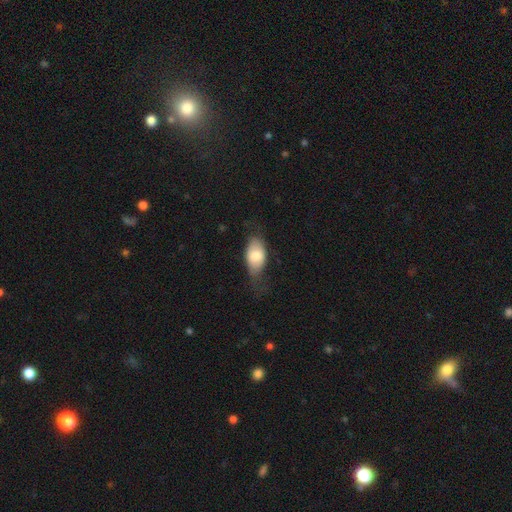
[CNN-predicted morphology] Smooth or featured? Predicted: smooth (p=0.74). How rounded? Predicted: in between (p=0.91). Merging? Predicted: none (p=0.52).